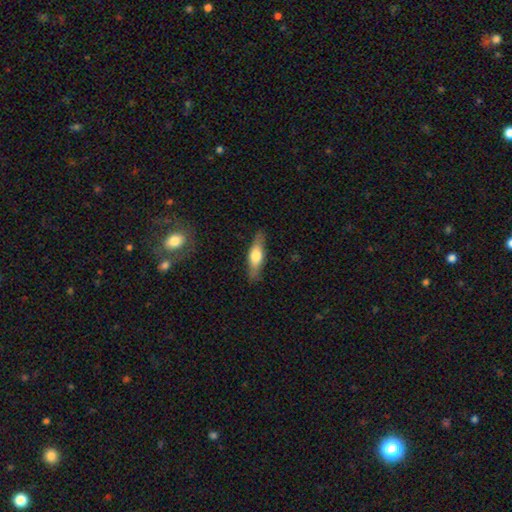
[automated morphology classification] Smooth or featured?
  - smooth: 59% *
  - featured or disk: 35%
  - star or artifact: 6%
How rounded?
  - cigar-shaped: 53% *
  - in between: 44%
  - round: 3%
Merging?
  - none: 85% *
  - minor disturbance: 11%
  - major disturbance: 3%
  - merger: 1%